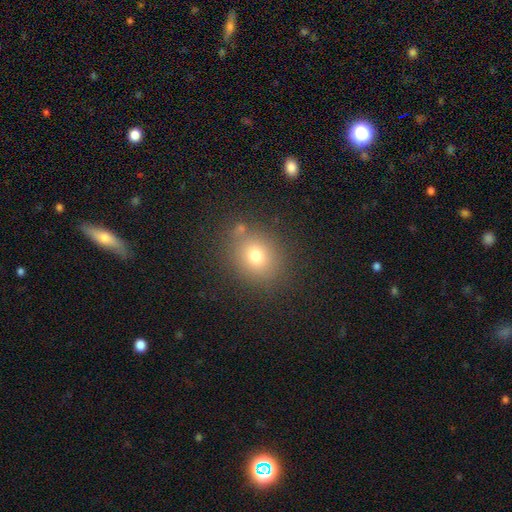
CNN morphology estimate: smooth-or-featured: smooth: 74% | star or artifact: 15% | featured or disk: 11%
  how-rounded: round: 70% | in between: 29% | cigar-shaped: 1%
  merging: none: 80% | minor disturbance: 11% | merger: 5% | major disturbance: 4%